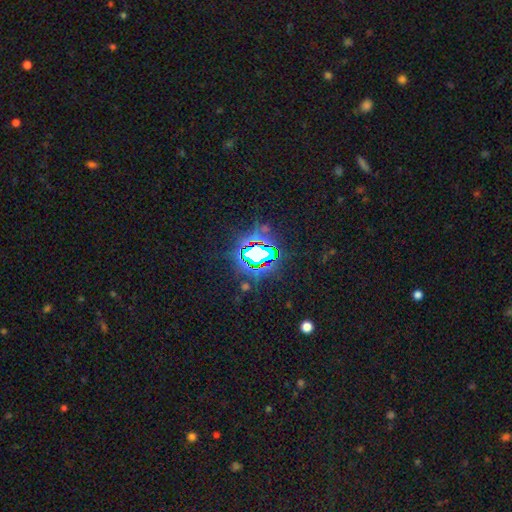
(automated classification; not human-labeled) Smooth or featured: star or artifact — 76% (smooth — 13%)